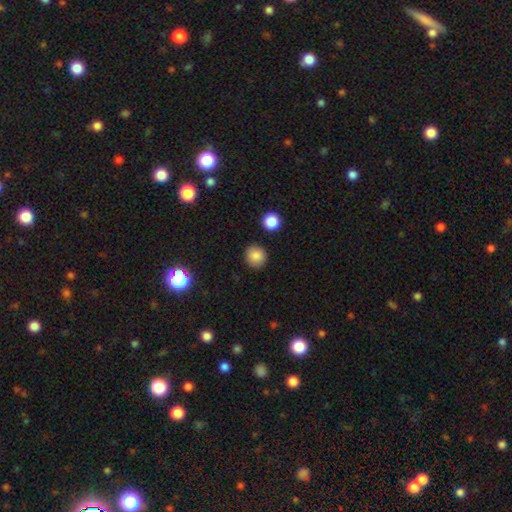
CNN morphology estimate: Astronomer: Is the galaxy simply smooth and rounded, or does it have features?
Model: smooth — 85%.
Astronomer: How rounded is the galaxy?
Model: round — 90%.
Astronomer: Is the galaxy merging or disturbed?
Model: none — 88%.